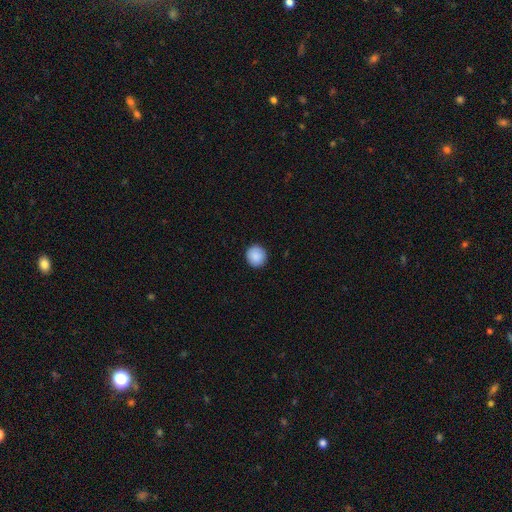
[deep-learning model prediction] smooth_or_featured: smooth (p=0.89) [alt: star or artifact p=0.08]
how_rounded: round (p=0.93) [alt: in between p=0.06]
merging: none (p=0.92) [alt: minor disturbance p=0.05]